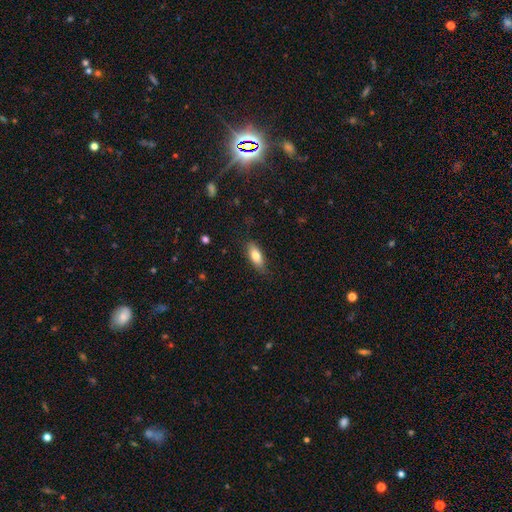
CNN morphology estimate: A smooth galaxy with no disk features (76%) that is in between round and cigar-shaped (75%).

Vote fractions:
- Smooth or featured? smooth: 76% / featured or disk: 17% / star or artifact: 7%
- How rounded? in between: 75% / cigar-shaped: 22% / round: 3%
- Merging? none: 80% / minor disturbance: 15% / major disturbance: 3% / merger: 1%